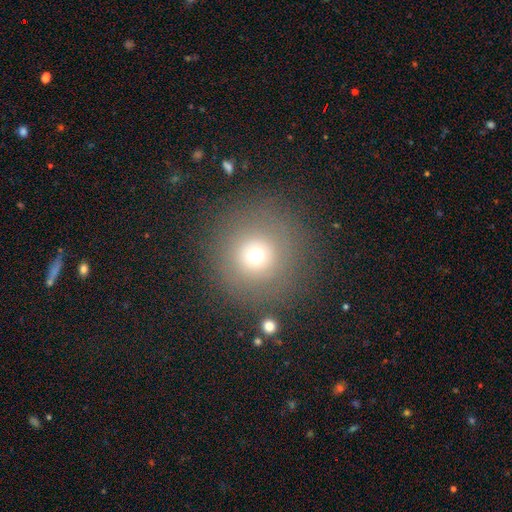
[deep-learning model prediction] Morphology: type=smooth (66%); roundness=round (95%); merging=none (84%).